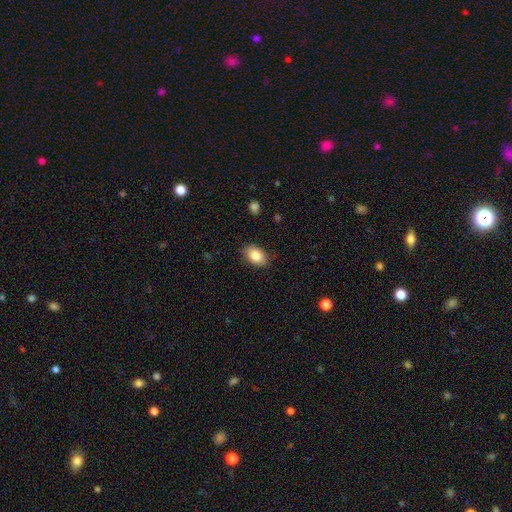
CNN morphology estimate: This is clearly a smooth galaxy (85%). How rounded: clearly in between (84%). Merging: clearly none (84%).